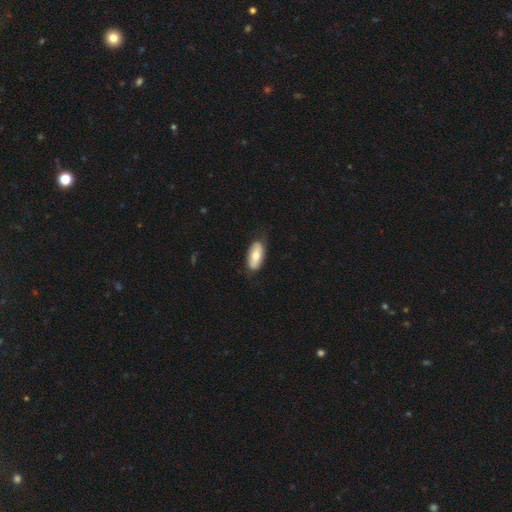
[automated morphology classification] Smooth or featured: smooth — 68% (featured or disk — 27%)
How rounded: in between — 90% (cigar-shaped — 8%)
Merging: none — 75% (minor disturbance — 20%)